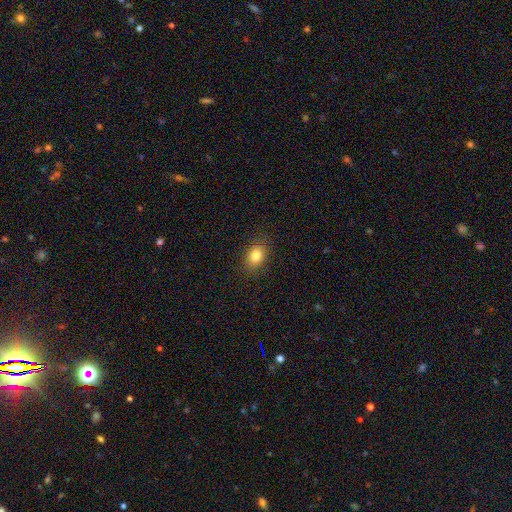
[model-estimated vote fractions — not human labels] Smooth or featured?
  - smooth: 82% *
  - star or artifact: 10%
  - featured or disk: 8%
How rounded?
  - in between: 70% *
  - round: 29%
  - cigar-shaped: 1%
Merging?
  - none: 86% *
  - minor disturbance: 10%
  - major disturbance: 3%
  - merger: 1%